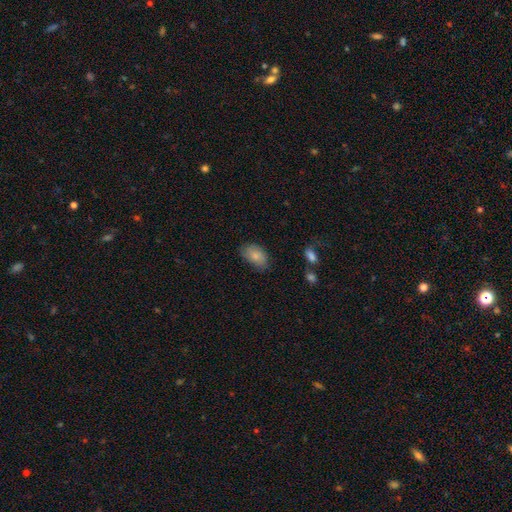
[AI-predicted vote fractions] A smooth galaxy with no disk features (83%) that is in between round and cigar-shaped (91%). Merging: none (73%).